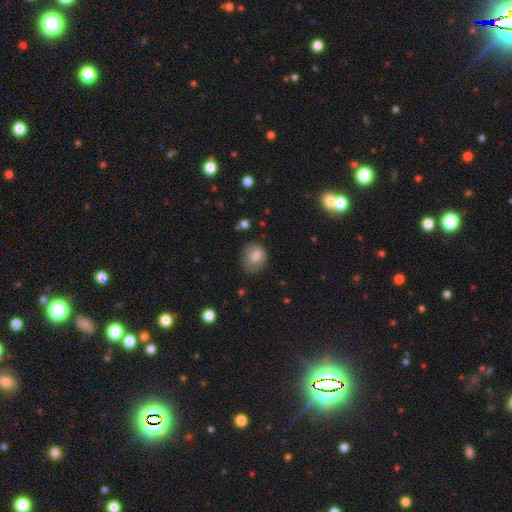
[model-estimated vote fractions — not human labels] This is likely a smooth galaxy (77%). How rounded: likely round (63%). Merging: likely none (66%).